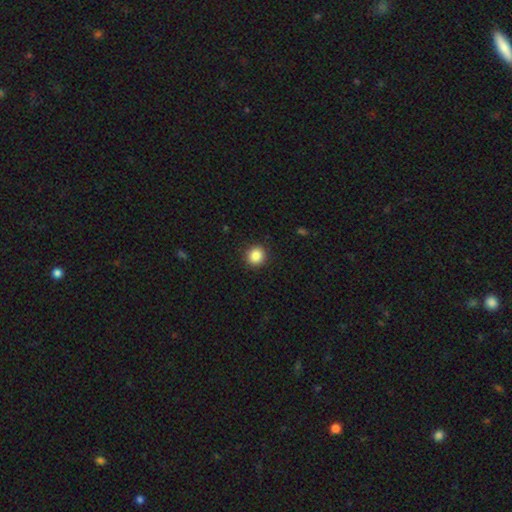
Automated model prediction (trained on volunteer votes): This is clearly a smooth galaxy (87%). How rounded: clearly round (90%). Merging: clearly none (92%).